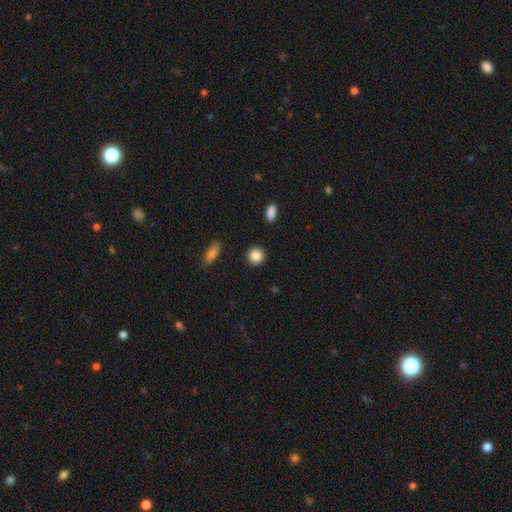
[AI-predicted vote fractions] Smooth or featured: smooth — 87% (star or artifact — 8%)
How rounded: round — 89% (in between — 10%)
Merging: none — 91% (minor disturbance — 6%)